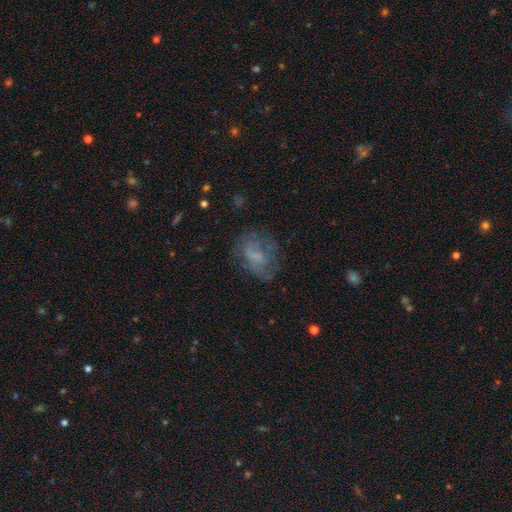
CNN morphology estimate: Smooth or featured: smooth — 44% (featured or disk — 43%)
Merging: none — 56% (minor disturbance — 22%)